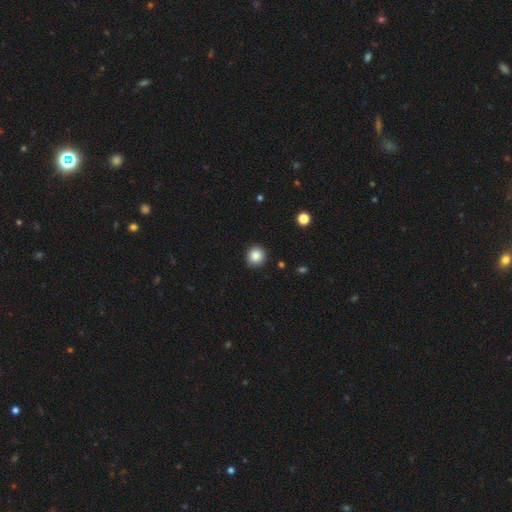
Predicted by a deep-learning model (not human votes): smooth-or-featured: smooth: 86% | star or artifact: 10% | featured or disk: 4%
  how-rounded: round: 93% | in between: 6% | cigar-shaped: 1%
  merging: none: 89% | minor disturbance: 8% | major disturbance: 2% | merger: 1%